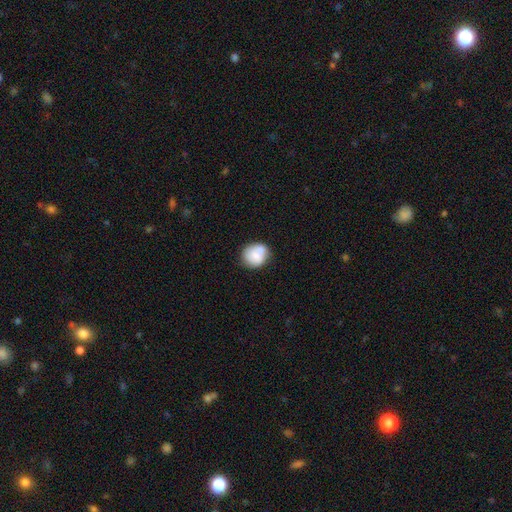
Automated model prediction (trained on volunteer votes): The model was most divided on "merging": none: 58%, minor disturbance: 21%, merger: 16%, major disturbance: 6%. More confident: how rounded — round (77%); smooth or featured — smooth (76%).